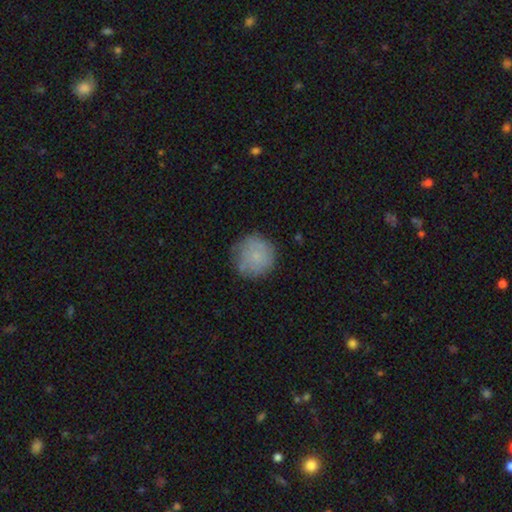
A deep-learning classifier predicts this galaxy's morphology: The model was most divided on "merging": none: 71%, minor disturbance: 21%, major disturbance: 6%, merger: 2%. More confident: how rounded — round (92%); smooth or featured — smooth (73%).